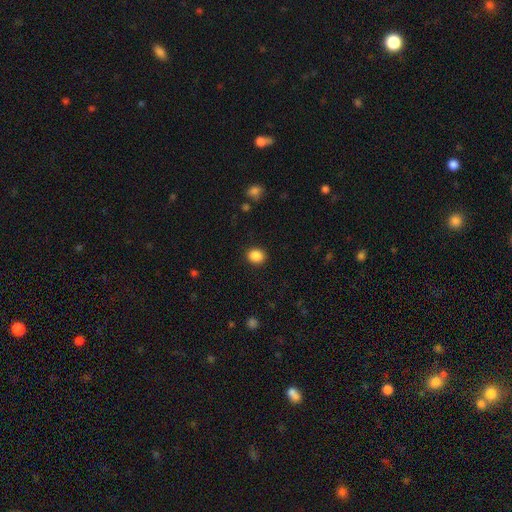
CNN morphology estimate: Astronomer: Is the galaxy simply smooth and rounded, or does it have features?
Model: smooth — 88%.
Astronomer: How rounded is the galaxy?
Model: round — 60% (runner-up: in between, 39%).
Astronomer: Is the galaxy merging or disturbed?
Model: none — 89%.